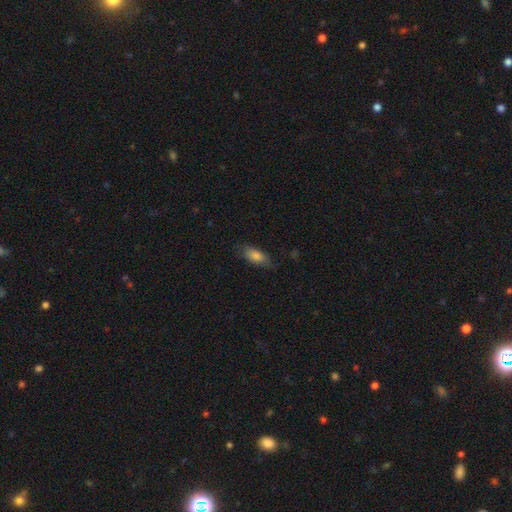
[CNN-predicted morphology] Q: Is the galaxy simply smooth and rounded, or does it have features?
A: smooth — 80%.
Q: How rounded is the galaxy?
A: in between — 82%.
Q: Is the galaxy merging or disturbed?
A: none — 72%.